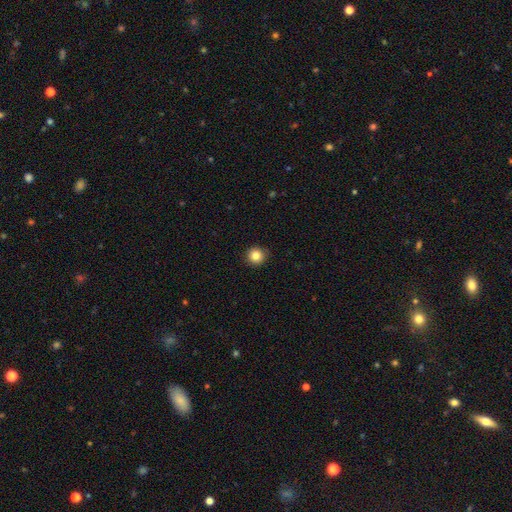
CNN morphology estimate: Smooth or featured? Predicted: smooth (p=0.84). How rounded? Predicted: round (p=0.94). Merging? Predicted: none (p=0.90).